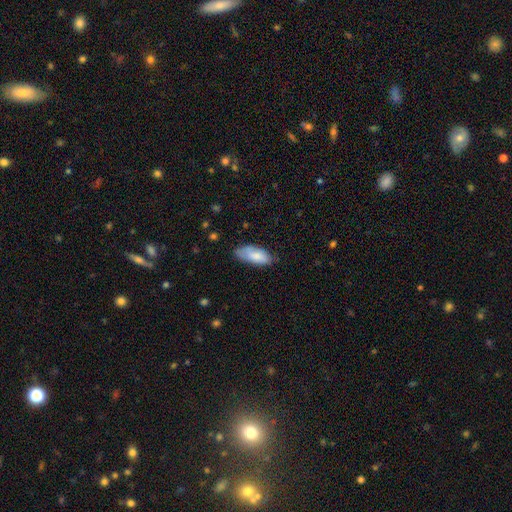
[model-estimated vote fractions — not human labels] This is likely a smooth galaxy (80%). How rounded: clearly in between (84%). Merging: likely none (62%).